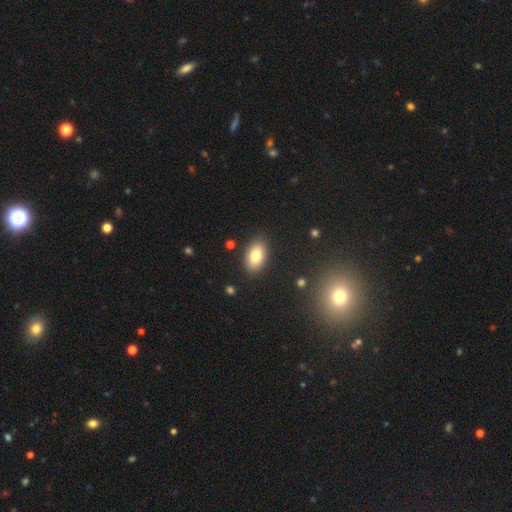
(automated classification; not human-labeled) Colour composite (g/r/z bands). It shows a smooth galaxy with no disk features (80%) that is in between round and cigar-shaped (90%). Merging: none (87%).